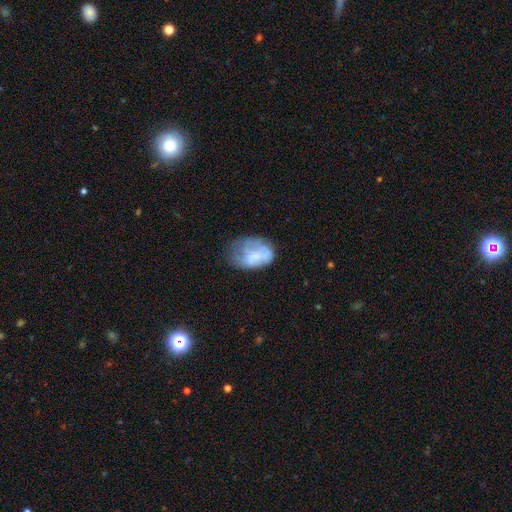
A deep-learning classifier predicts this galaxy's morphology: A smooth galaxy with no disk features (57%) that is in between round and cigar-shaped (82%).

Vote fractions:
- Smooth or featured? smooth: 57% / featured or disk: 34% / star or artifact: 9%
- How rounded? in between: 82% / round: 17% / cigar-shaped: 1%
- Merging? none: 39% / minor disturbance: 34% / major disturbance: 24% / merger: 3%